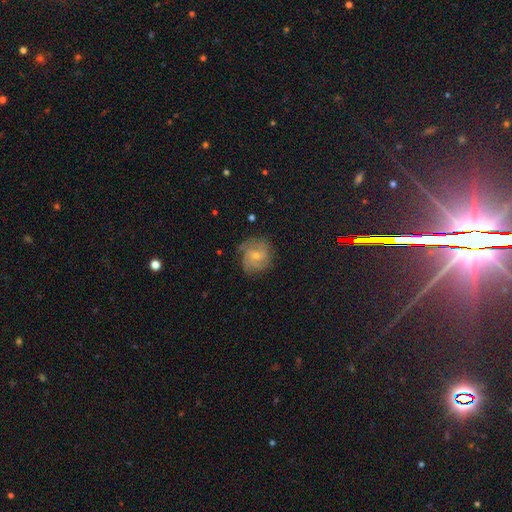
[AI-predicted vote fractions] Overall: featured or disk (67%). Edge-on disk: no (97%). Bar: no (53%; weak 38%). Spiral arms: yes (94%). Spiral arm count: can't tell (28%; 3 26%). Spiral winding: tight (48%; medium 40%). Bulge size: small (58%; moderate 37%). Merging: none (78%).